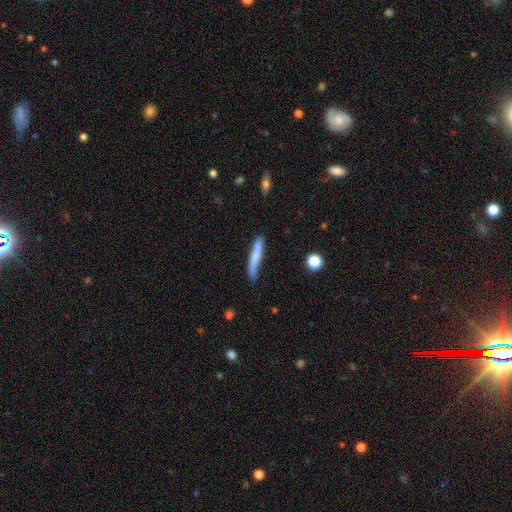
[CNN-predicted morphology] smooth 63%, featured or disk 31%, star or artifact 6%. Down the decision tree: how rounded — cigar-shaped (94%); merging — none (70%).